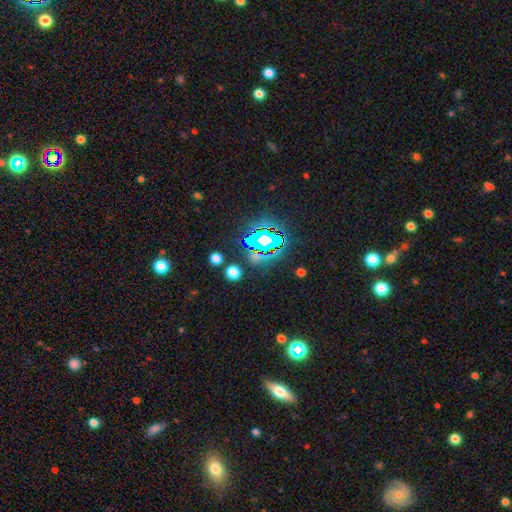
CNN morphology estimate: smooth_or_featured: star or artifact (p=0.65) [alt: smooth p=0.25]